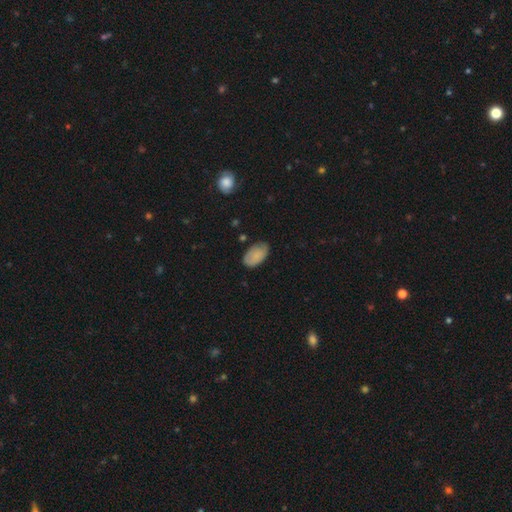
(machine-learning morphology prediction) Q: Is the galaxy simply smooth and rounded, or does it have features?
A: smooth — 78%.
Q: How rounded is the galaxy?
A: in between — 93%.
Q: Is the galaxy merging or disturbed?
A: none — 68%.